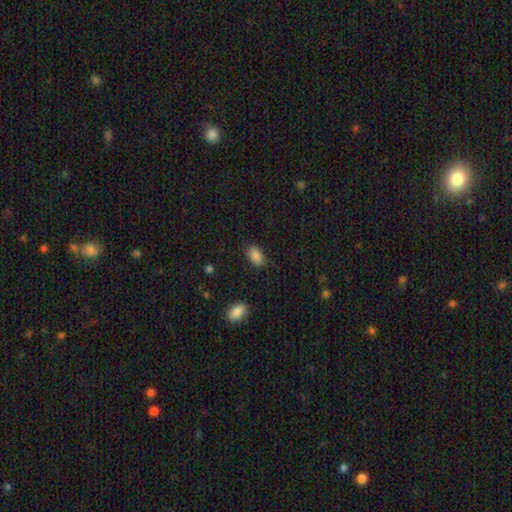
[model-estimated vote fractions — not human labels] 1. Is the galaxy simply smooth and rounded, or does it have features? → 85% smooth, 9% star or artifact, 6% featured or disk.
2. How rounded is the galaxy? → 91% in between, 7% round, 2% cigar-shaped.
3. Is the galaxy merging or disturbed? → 82% none, 13% minor disturbance, 3% major disturbance, 2% merger.